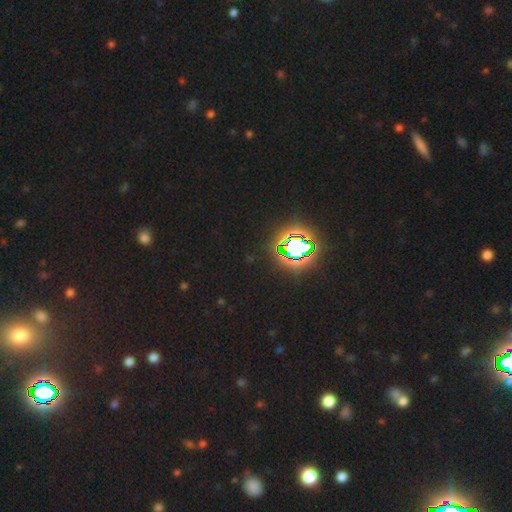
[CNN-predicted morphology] Smooth or featured? Predicted: star or artifact (p=0.81).